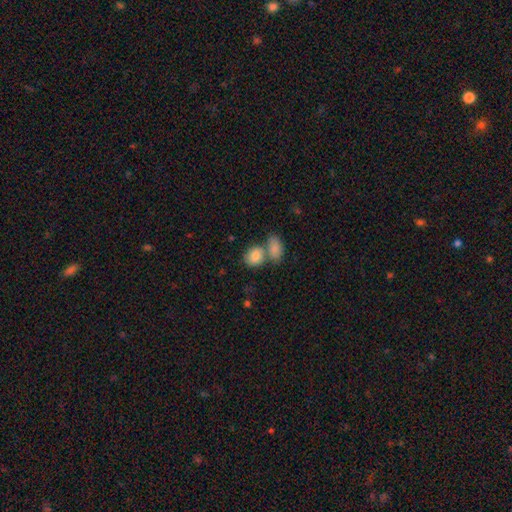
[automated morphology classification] Overall: smooth (85%). How rounded: in between (66%; round 32%). Merging: merger (52%; none 36%).